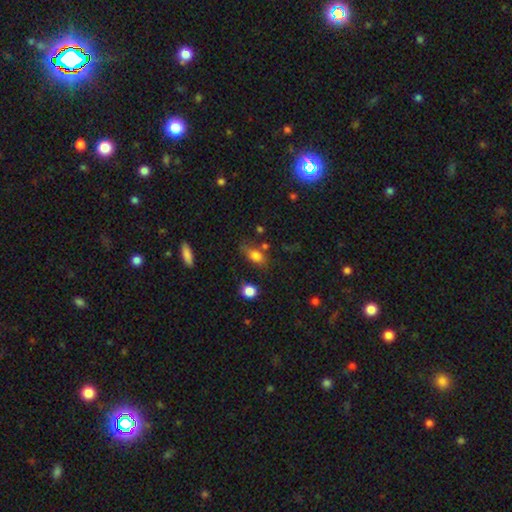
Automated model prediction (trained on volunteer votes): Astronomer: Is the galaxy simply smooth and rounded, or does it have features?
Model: smooth — 77%.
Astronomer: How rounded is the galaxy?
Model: in between — 79%.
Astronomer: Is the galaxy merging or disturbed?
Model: none — 58%.